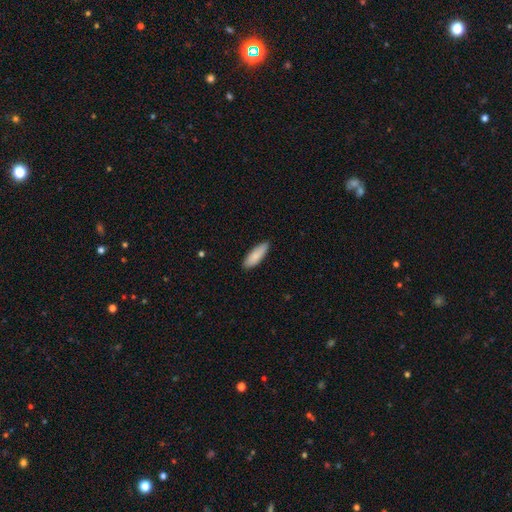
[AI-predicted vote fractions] Q: Smooth or featured?
A: smooth (87%); runner-up: featured or disk (8%)
Q: How rounded?
A: in between (54%); runner-up: cigar-shaped (45%)
Q: Merging?
A: none (87%); runner-up: minor disturbance (11%)